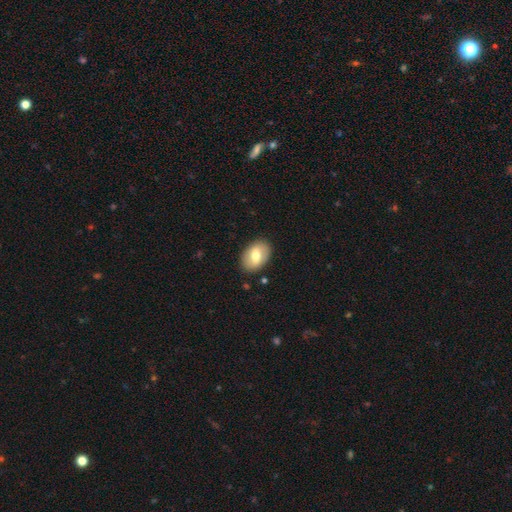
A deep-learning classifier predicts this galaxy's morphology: Smooth or featured?
  - smooth: 67% *
  - featured or disk: 27%
  - star or artifact: 7%
How rounded?
  - in between: 84% *
  - round: 15%
  - cigar-shaped: 1%
Merging?
  - none: 87% *
  - minor disturbance: 10%
  - major disturbance: 3%
  - merger: 1%